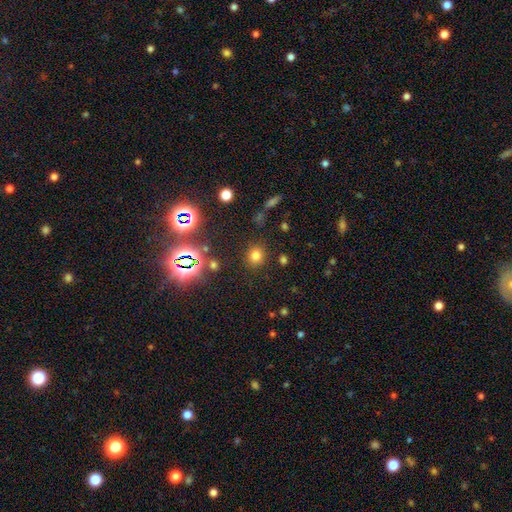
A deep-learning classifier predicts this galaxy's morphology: Q: Smooth or featured?
A: smooth (73%); runner-up: star or artifact (20%)
Q: How rounded?
A: round (83%); runner-up: in between (16%)
Q: Merging?
A: none (86%); runner-up: minor disturbance (8%)